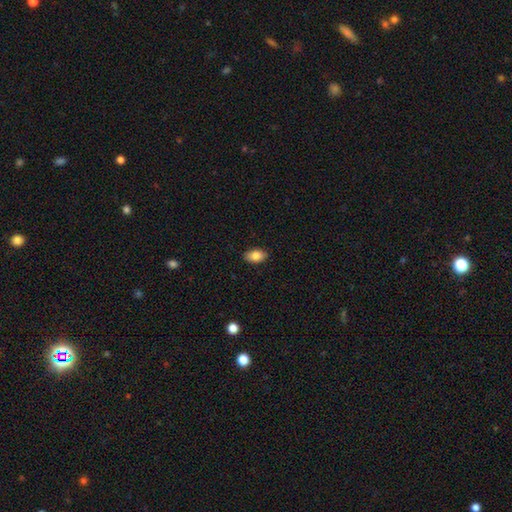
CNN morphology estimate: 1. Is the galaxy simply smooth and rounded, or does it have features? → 84% smooth, 8% featured or disk, 7% star or artifact.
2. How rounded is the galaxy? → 92% in between, 6% round, 2% cigar-shaped.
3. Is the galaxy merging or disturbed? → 89% none, 9% minor disturbance, 2% major disturbance, 1% merger.